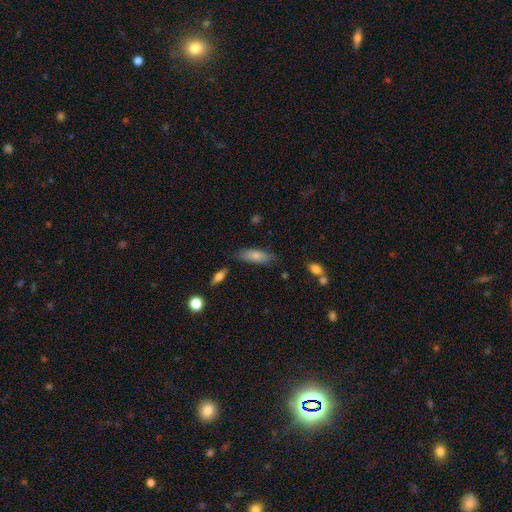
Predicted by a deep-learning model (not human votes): Overall: smooth (81%). How rounded: in between (62%; cigar-shaped 36%). Merging: none (76%).